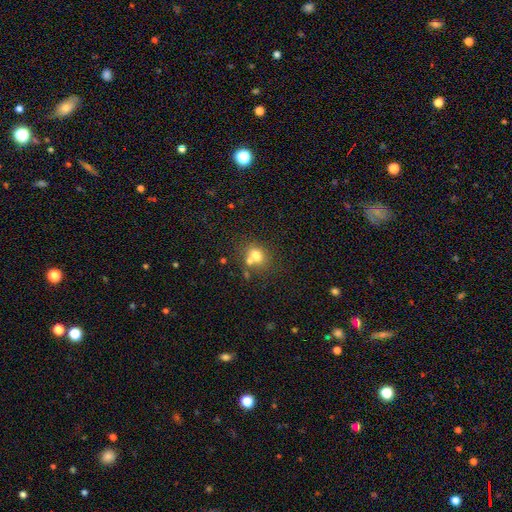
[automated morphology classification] A smooth galaxy with no disk features (73%) that is round (60%).

Vote fractions:
- Smooth or featured? smooth: 73% / featured or disk: 14% / star or artifact: 13%
- How rounded? round: 60% / in between: 39% / cigar-shaped: 1%
- Merging? none: 50% / merger: 35% / minor disturbance: 11% / major disturbance: 4%